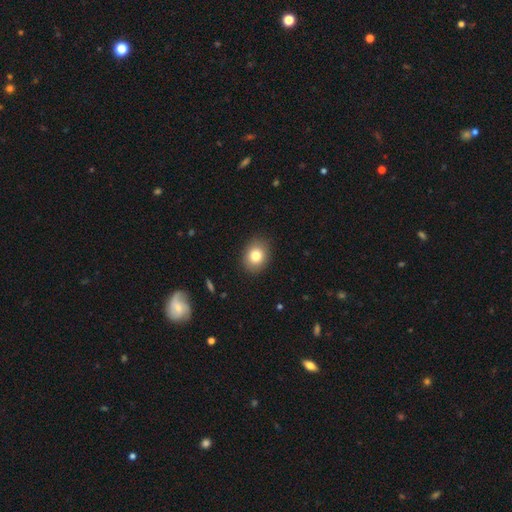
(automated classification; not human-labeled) Smooth or featured? smooth (80%)
How rounded? round (57%)
Merging? none (88%)